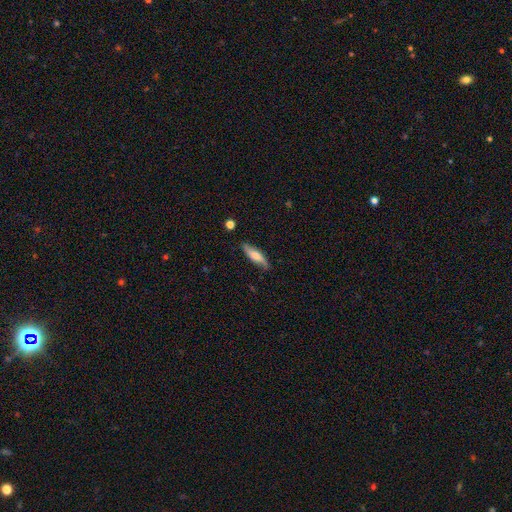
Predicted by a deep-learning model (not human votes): smooth-or-featured: smooth: 56% | featured or disk: 38% | star or artifact: 6%
  how-rounded: cigar-shaped: 62% | in between: 35% | round: 2%
  merging: none: 79% | minor disturbance: 16% | major disturbance: 3% | merger: 2%